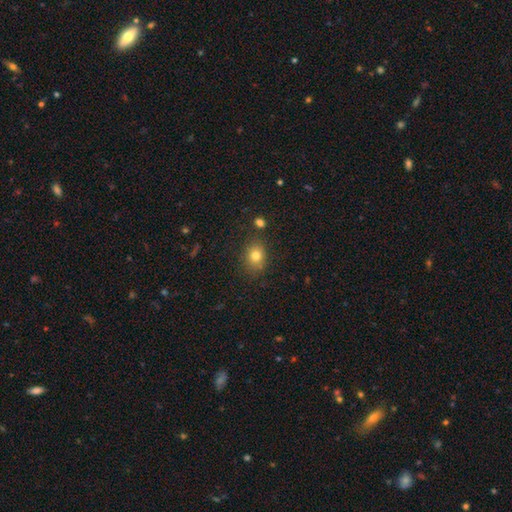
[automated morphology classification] The model was most divided on "how rounded": in between: 51%, round: 48%, cigar-shaped: 1%. More confident: merging — none (79%); smooth or featured — smooth (79%).